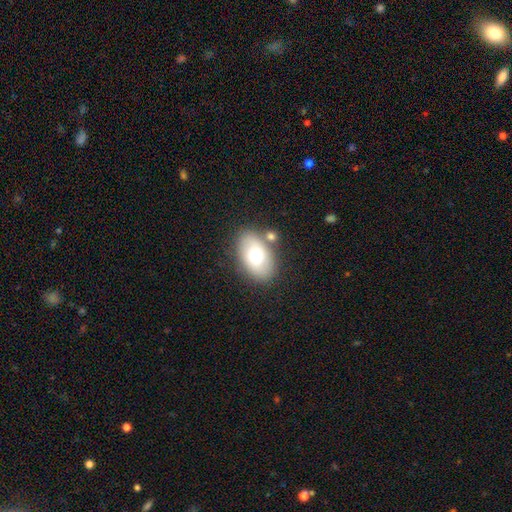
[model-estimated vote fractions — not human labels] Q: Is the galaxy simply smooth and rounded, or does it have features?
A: smooth — 68%.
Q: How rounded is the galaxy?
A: in between — 88%.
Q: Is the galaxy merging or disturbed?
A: none — 74%.